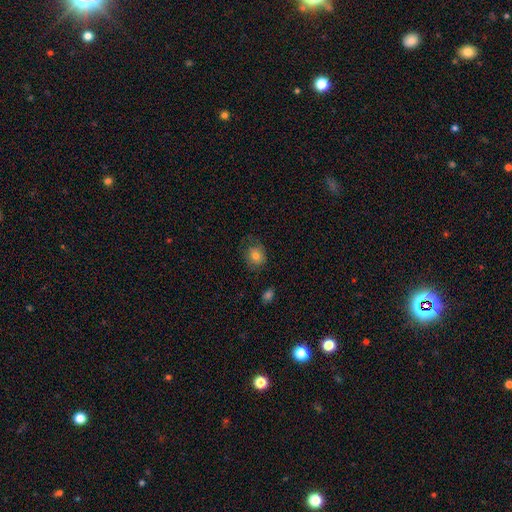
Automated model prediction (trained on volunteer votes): Smooth or featured?
  - smooth: 77% *
  - featured or disk: 13%
  - star or artifact: 10%
How rounded?
  - round: 76% *
  - in between: 23%
  - cigar-shaped: 1%
Merging?
  - none: 70% *
  - minor disturbance: 21%
  - major disturbance: 8%
  - merger: 1%